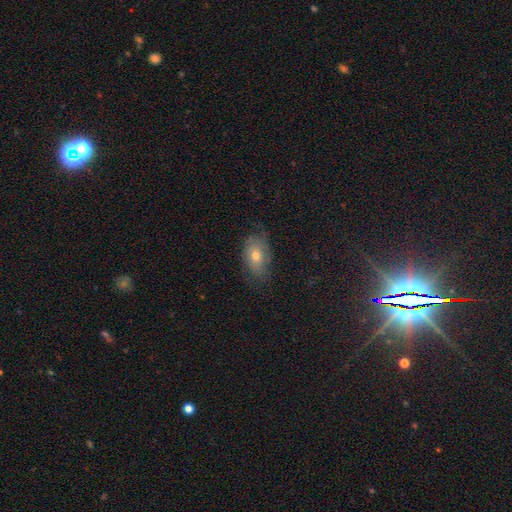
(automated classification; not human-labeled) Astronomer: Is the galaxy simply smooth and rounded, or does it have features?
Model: smooth — 52% (runner-up: featured or disk, 36%).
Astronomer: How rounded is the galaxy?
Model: in between — 86%.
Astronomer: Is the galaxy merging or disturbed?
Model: none — 67%.